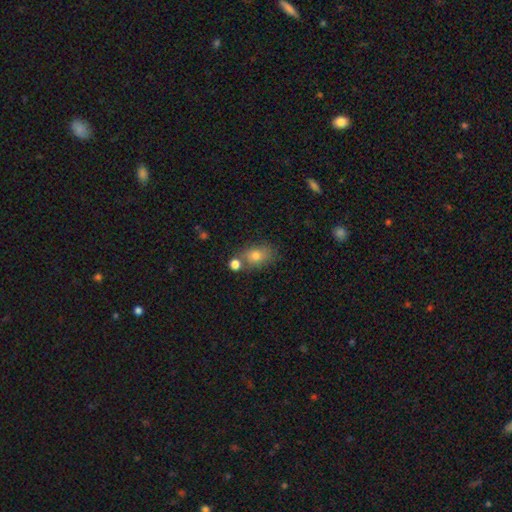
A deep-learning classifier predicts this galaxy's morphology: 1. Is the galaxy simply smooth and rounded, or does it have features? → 77% smooth, 12% featured or disk, 11% star or artifact.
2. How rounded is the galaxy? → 72% in between, 27% round, 2% cigar-shaped.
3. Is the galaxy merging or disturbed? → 62% none, 17% merger, 16% minor disturbance, 5% major disturbance.